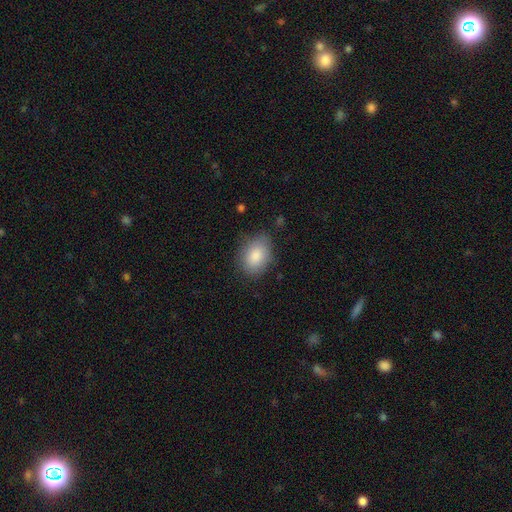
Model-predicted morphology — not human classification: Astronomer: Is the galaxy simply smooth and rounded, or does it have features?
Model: smooth — 86%.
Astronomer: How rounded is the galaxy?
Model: in between — 78%.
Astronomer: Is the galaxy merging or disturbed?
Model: none — 74%.